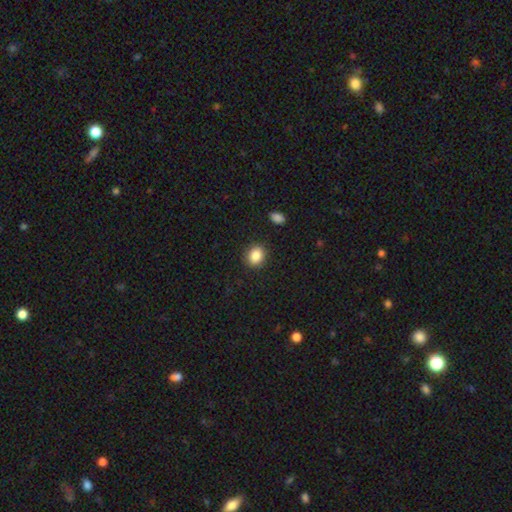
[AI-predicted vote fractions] Smooth or featured? smooth (86%)
How rounded? round (56%)
Merging? none (89%)